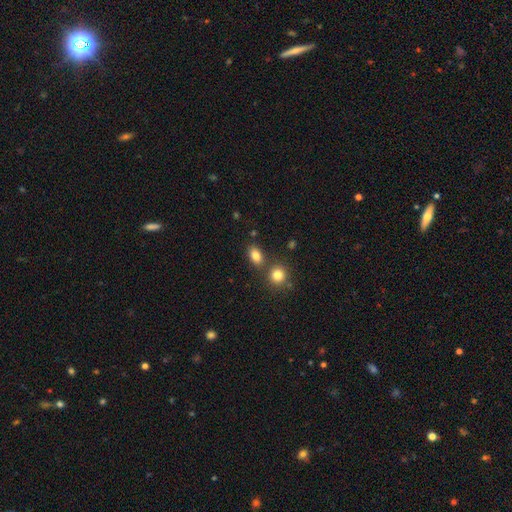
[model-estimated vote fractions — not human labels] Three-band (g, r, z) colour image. It shows a smooth galaxy with no disk features (83%) that is in between round and cigar-shaped (80%). Merging: none (71%).